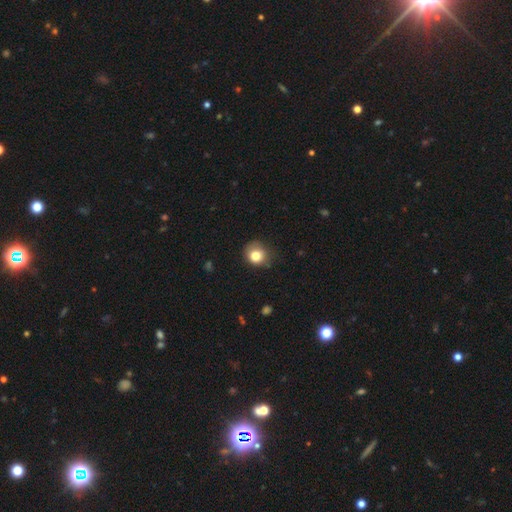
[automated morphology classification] smooth 80%, star or artifact 11%, featured or disk 10%. Down the decision tree: how rounded — round (79%); merging — none (70%).